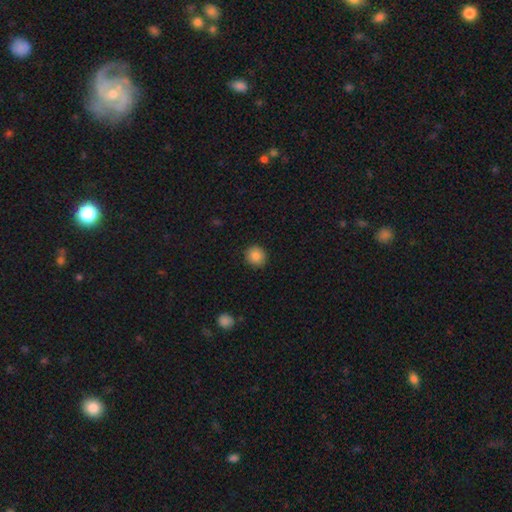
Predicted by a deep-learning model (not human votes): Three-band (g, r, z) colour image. It shows a smooth galaxy with no disk features (86%) that is round (90%). Merging: none (91%).